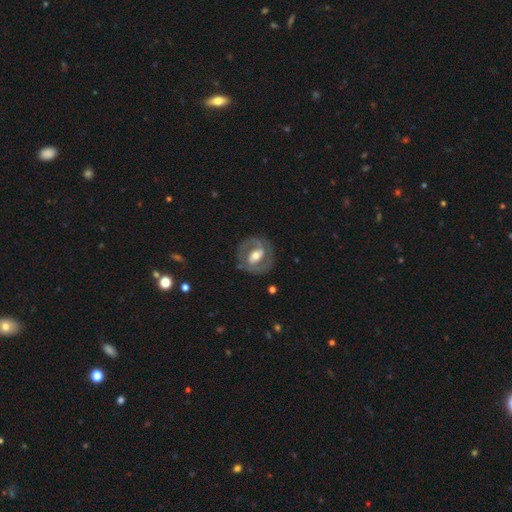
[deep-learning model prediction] Morphology: type=featured or disk (77%); edge-on=no (96%); bar=weak (39%); spiral arms=yes (73%); winding=medium (45%); arm count=2 (83%); bulge=moderate (66%); merging=none (79%).